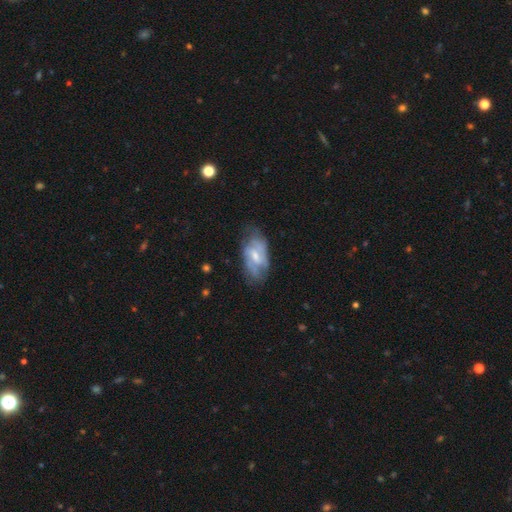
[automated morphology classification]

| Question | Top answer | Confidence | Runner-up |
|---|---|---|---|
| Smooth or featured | featured or disk | 66% | smooth (28%) |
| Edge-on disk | no | 95% | yes (5%) |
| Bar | weak | 51% | no (35%) |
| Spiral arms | yes | 78% | no (22%) |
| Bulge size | moderate | 47% | small (43%) |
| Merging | none | 58% | minor disturbance (28%) |